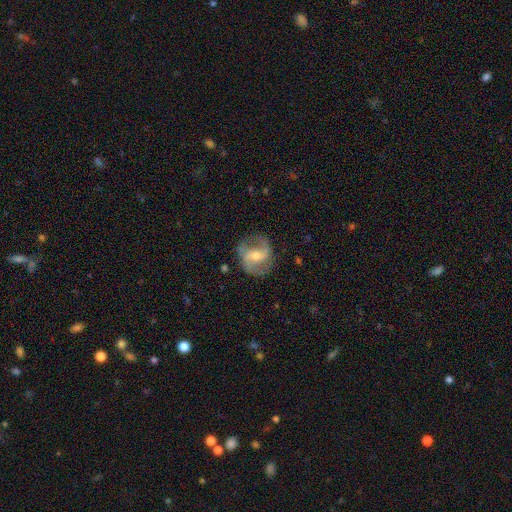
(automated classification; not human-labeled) The model was most divided on "bulge size" (2-way tie): moderate: 48%, small: 48%, large: 2%, none: 1%, dominant: 1%. Remaining: edge-on disk — no (97%); spiral arms — yes (92%); spiral arm count — 2 (88%); smooth or featured — featured or disk (82%); merging — none (77%); spiral winding — medium (50%); bar — weak (42%).